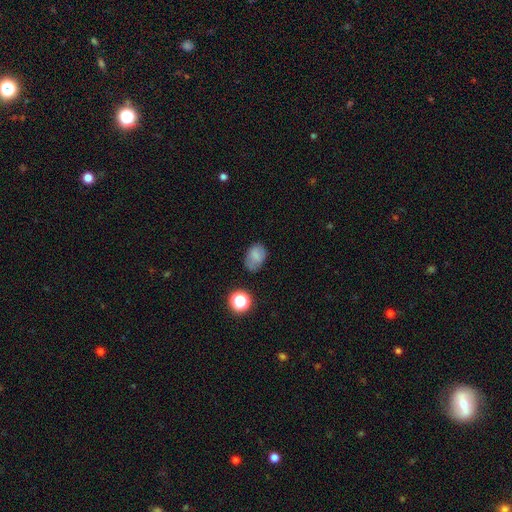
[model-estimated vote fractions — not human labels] Smooth or featured? Predicted: smooth (p=0.75). How rounded? Predicted: in between (p=0.74). Merging? Predicted: none (p=0.66).